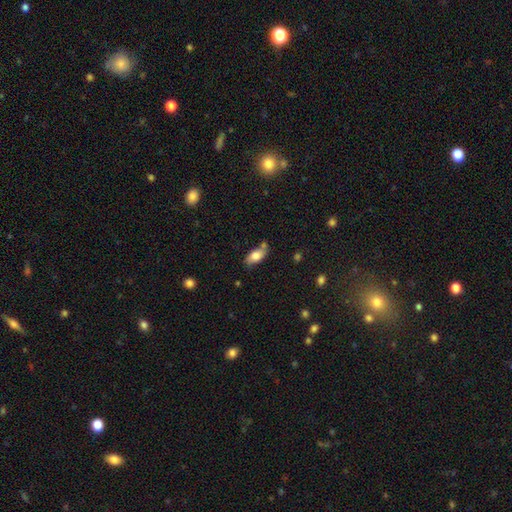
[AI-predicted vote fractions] This is likely a smooth galaxy (75%). How rounded: clearly in between (88%). Merging: likely none (64%).